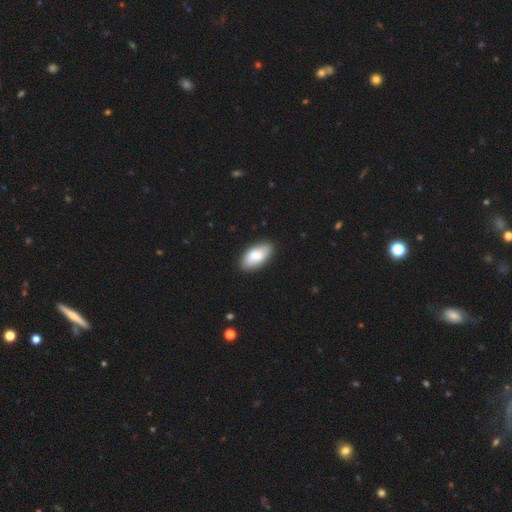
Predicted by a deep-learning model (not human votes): A smooth galaxy with no disk features (83%) that is in between round and cigar-shaped (94%). Merging: none (86%).